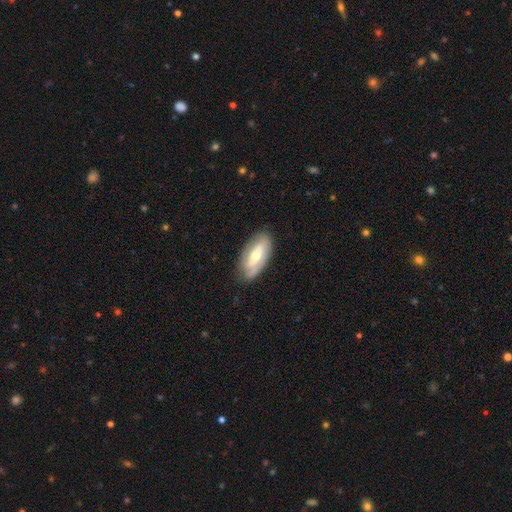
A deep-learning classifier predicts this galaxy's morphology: Smooth or featured?
  - featured or disk: 53% *
  - smooth: 41%
  - star or artifact: 6%
Edge-on disk?
  - no: 79% *
  - yes: 21%
Merging?
  - none: 78% *
  - minor disturbance: 17%
  - major disturbance: 4%
  - merger: 1%